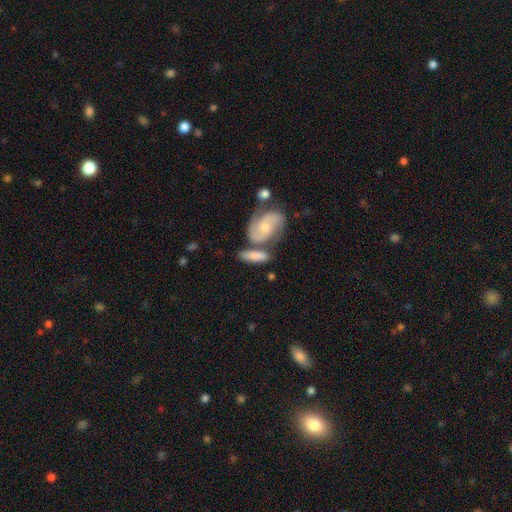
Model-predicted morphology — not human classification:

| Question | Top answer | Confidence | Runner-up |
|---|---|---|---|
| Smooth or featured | smooth | 56% | featured or disk (39%) |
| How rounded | in between | 64% | cigar-shaped (30%) |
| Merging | none | 48% | merger (32%) |